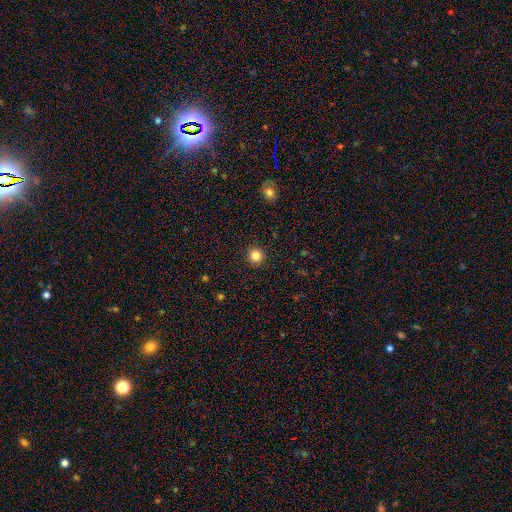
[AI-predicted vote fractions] smooth 84%, star or artifact 11%, featured or disk 5%. Down the decision tree: how rounded — round (93%); merging — none (92%).